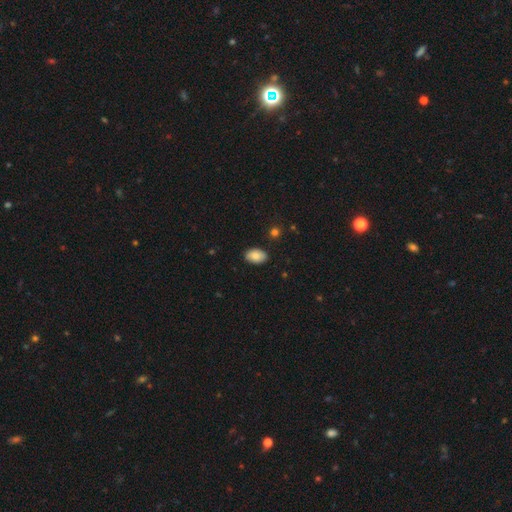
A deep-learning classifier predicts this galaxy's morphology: The model was most divided on "smooth or featured": smooth: 83%, featured or disk: 10%, star or artifact: 7%. More confident: how rounded — in between (91%); merging — none (87%).